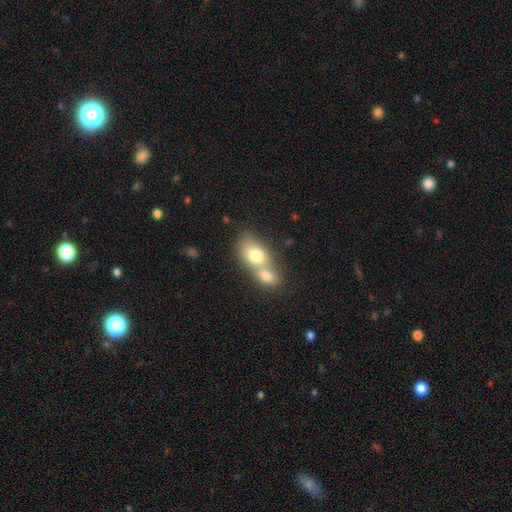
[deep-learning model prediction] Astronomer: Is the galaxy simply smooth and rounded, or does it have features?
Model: smooth — 73%.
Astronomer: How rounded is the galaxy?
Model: in between — 78%.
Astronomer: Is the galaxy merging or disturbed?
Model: merger — 66%.